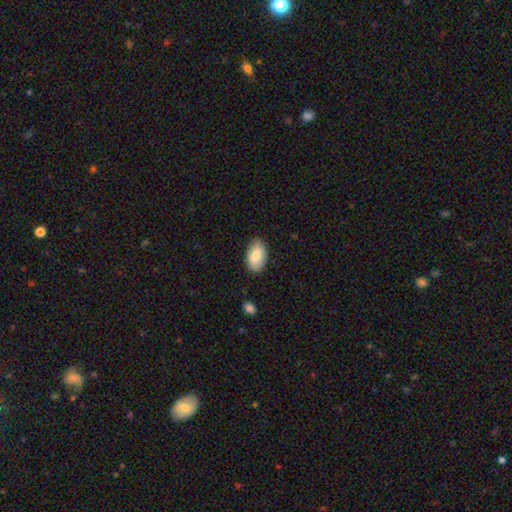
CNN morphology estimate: smooth-or-featured: smooth: 82% | featured or disk: 12% | star or artifact: 6%
  how-rounded: in between: 94% | round: 4% | cigar-shaped: 1%
  merging: none: 85% | minor disturbance: 12% | major disturbance: 2% | merger: 1%